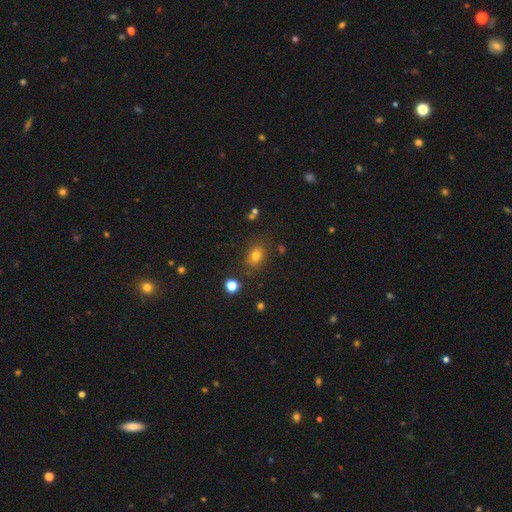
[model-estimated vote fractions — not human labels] Smooth or featured? smooth (76%)
How rounded? in between (59%)
Merging? none (79%)